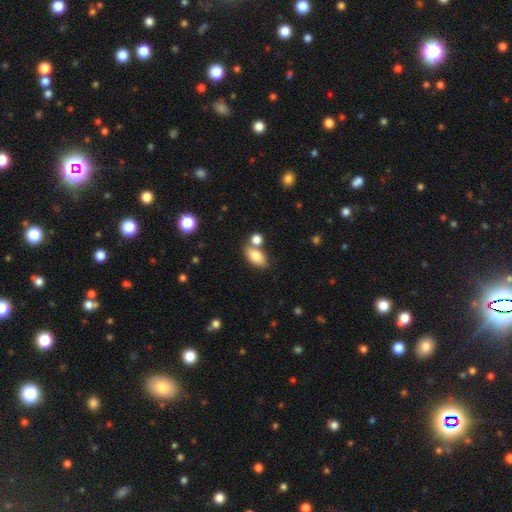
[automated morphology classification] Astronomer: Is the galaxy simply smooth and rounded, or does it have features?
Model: smooth — 80%.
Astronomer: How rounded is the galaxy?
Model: in between — 88%.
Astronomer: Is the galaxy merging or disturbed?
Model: none — 60%.